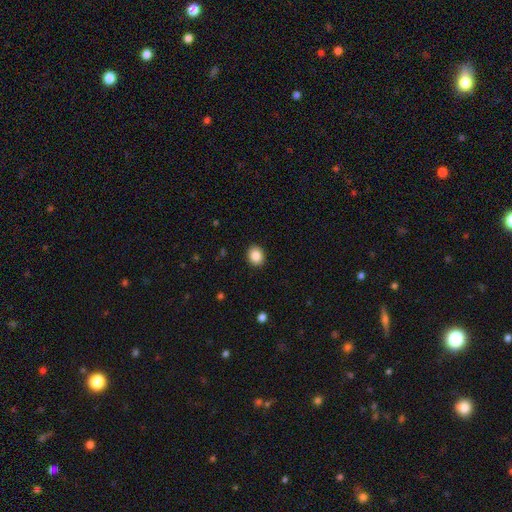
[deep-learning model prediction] A smooth galaxy with no disk features (87%) that is round (60%). Merging: none (91%).